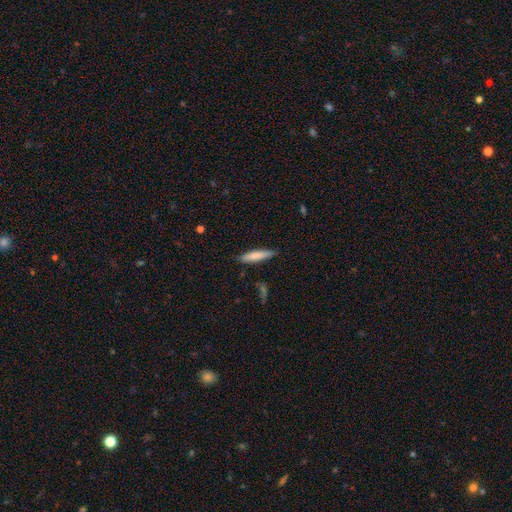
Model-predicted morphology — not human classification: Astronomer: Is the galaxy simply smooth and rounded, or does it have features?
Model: smooth — 76%.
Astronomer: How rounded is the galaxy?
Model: cigar-shaped — 83%.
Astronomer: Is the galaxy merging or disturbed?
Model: none — 84%.